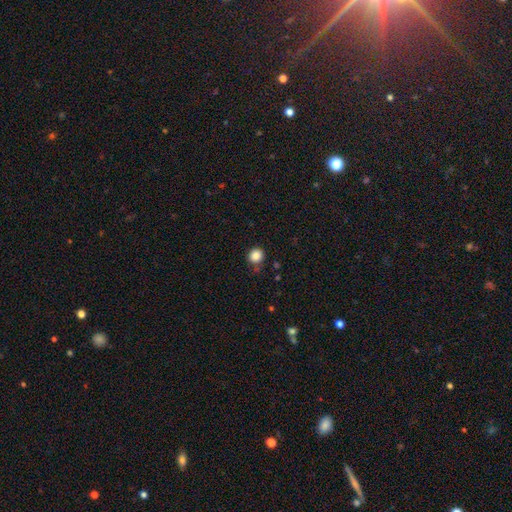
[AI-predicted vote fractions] The model was most divided on "merging": none: 83%, minor disturbance: 12%, major disturbance: 3%, merger: 3%. More confident: how rounded — round (86%); smooth or featured — smooth (85%).